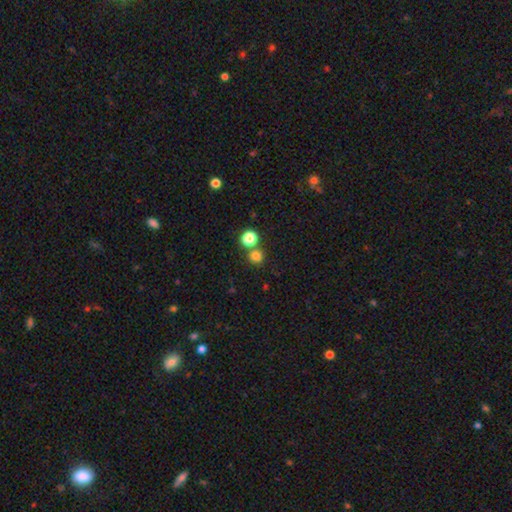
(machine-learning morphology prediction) This is likely a smooth galaxy (78%). How rounded: clearly round (86%). Merging: likely none (67%).